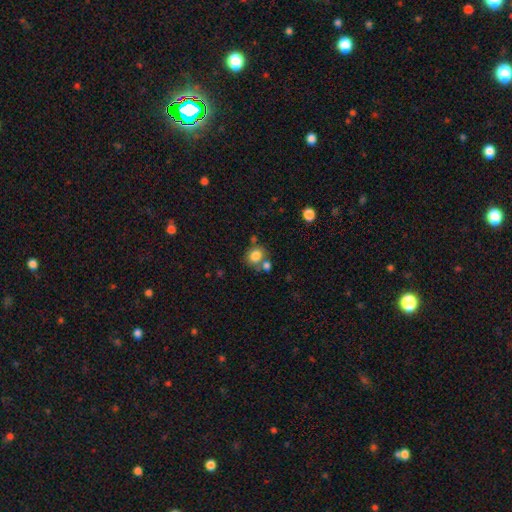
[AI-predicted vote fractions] Morphology: type=smooth (81%); roundness=round (75%); merging=none (61%).